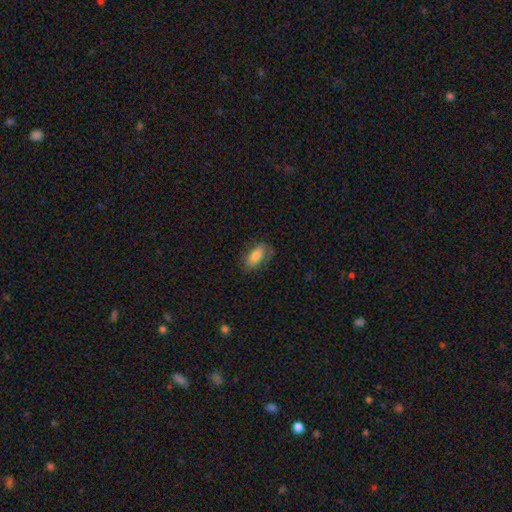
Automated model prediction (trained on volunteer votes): Q: Smooth or featured?
A: smooth (80%); runner-up: featured or disk (13%)
Q: How rounded?
A: in between (88%); runner-up: cigar-shaped (9%)
Q: Merging?
A: none (73%); runner-up: minor disturbance (20%)